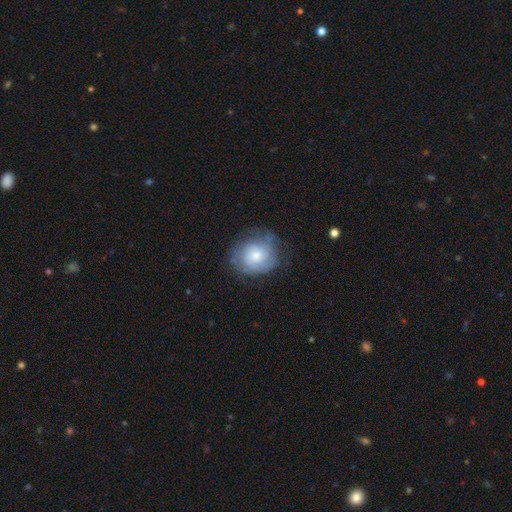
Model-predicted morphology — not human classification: This appears to be a smooth galaxy with no disk features (48%). Merging: none (62%).